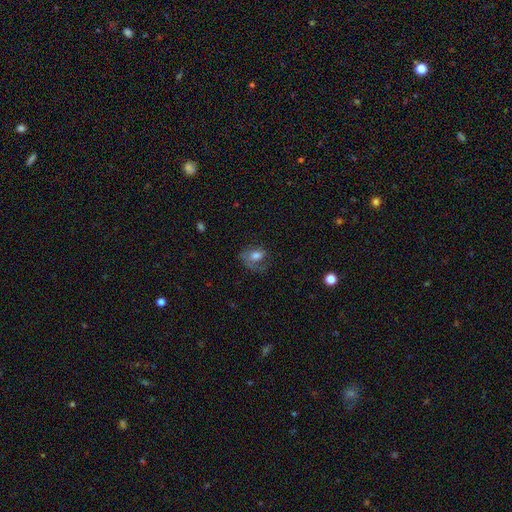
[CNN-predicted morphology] A smooth galaxy with no disk features (52%) that is in between round and cigar-shaped (69%). Merging: none (41%).